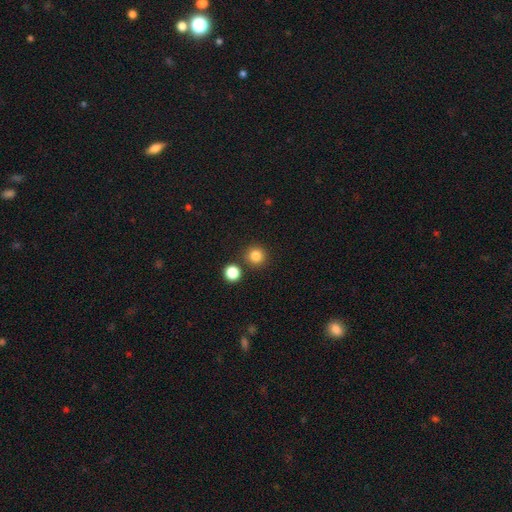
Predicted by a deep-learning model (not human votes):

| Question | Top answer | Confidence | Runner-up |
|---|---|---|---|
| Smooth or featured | smooth | 84% | star or artifact (12%) |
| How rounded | round | 92% | in between (7%) |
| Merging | none | 84% | merger (7%) |